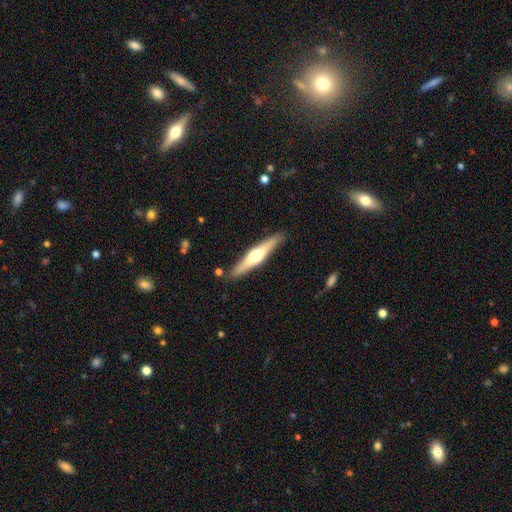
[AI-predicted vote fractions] featured or disk 59%, smooth 36%, star or artifact 5%. Down the decision tree: edge-on disk — yes (96%); edge-on bulge — rounded (90%); merging — none (88%).